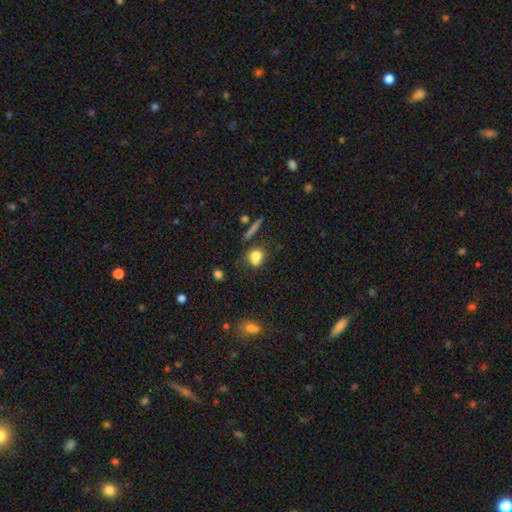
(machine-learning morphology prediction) Smooth or featured?
  - smooth: 75% *
  - star or artifact: 13%
  - featured or disk: 12%
How rounded?
  - round: 58% *
  - in between: 38%
  - cigar-shaped: 5%
Merging?
  - none: 52% *
  - minor disturbance: 21%
  - merger: 16%
  - major disturbance: 11%